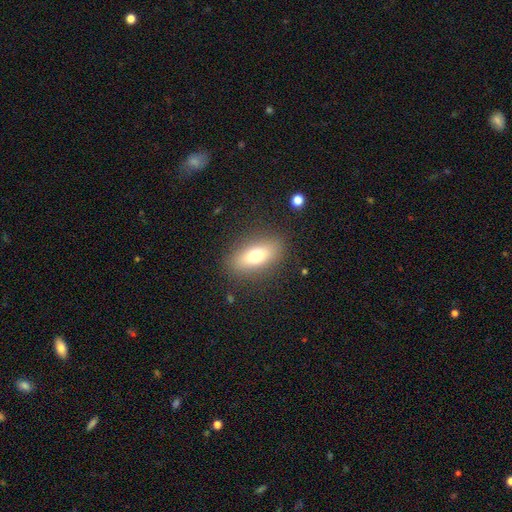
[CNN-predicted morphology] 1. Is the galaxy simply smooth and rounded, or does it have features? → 71% smooth, 20% featured or disk, 9% star or artifact.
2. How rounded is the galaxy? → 80% in between, 13% cigar-shaped, 7% round.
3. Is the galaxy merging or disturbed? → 85% none, 9% minor disturbance, 4% major disturbance, 1% merger.